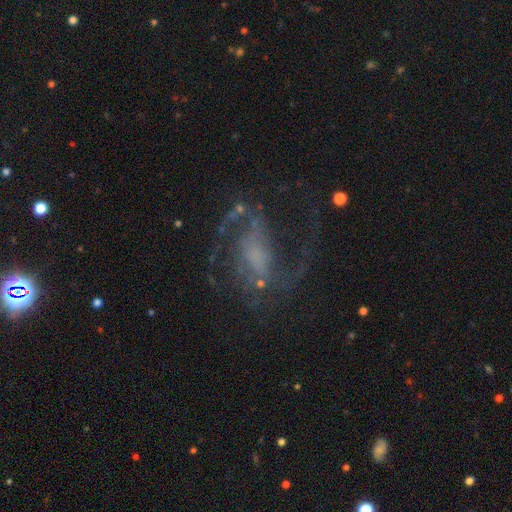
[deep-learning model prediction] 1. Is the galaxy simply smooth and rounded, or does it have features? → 84% featured or disk, 9% star or artifact, 7% smooth.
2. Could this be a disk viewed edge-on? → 97% no, 3% yes.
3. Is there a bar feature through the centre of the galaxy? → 41% weak, 35% no, 24% strong.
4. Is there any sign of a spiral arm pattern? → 93% yes, 7% no.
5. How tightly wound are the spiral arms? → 52% medium, 32% loose, 16% tight.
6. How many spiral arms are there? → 83% 2, 6% can't tell, 4% 3, 3% 1, 2% 4, 2% more than 4.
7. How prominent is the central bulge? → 41% none, 28% small, 20% moderate, 9% large, 2% dominant.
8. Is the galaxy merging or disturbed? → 62% none, 19% major disturbance, 16% minor disturbance, 2% merger.